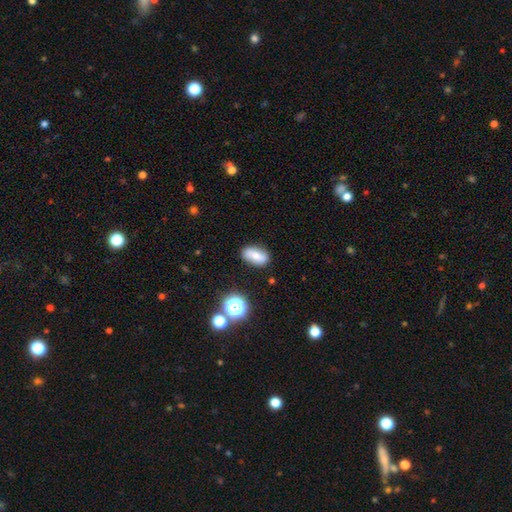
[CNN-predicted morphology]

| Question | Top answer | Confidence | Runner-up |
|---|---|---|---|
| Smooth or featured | smooth | 68% | featured or disk (22%) |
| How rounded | in between | 86% | round (8%) |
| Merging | none | 83% | minor disturbance (12%) |